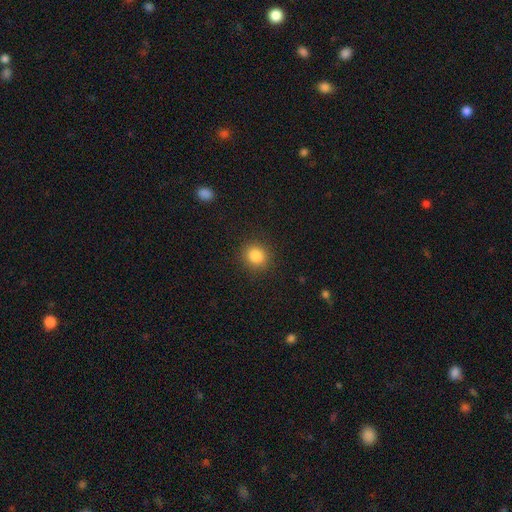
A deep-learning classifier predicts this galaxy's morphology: Smooth or featured? smooth (85%)
How rounded? round (84%)
Merging? none (89%)